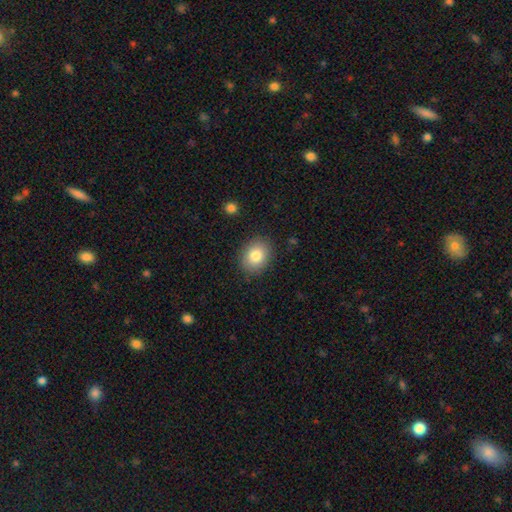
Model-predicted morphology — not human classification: smooth 82%, featured or disk 9%, star or artifact 9%. Down the decision tree: how rounded — round (51%); merging — none (87%).